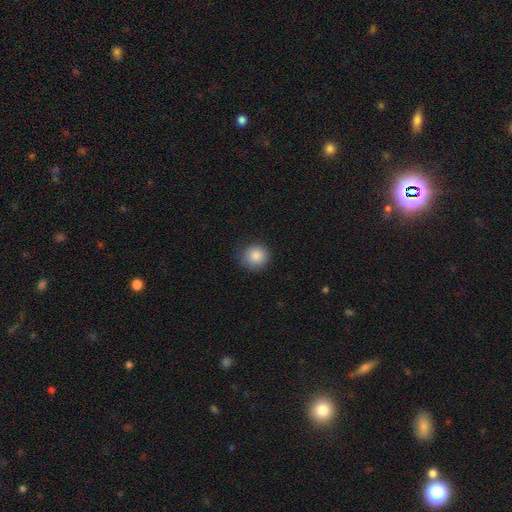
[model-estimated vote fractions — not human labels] The model was most divided on "merging": none: 82%, minor disturbance: 14%, major disturbance: 3%, merger: 1%. More confident: how rounded — round (91%); smooth or featured — smooth (87%).